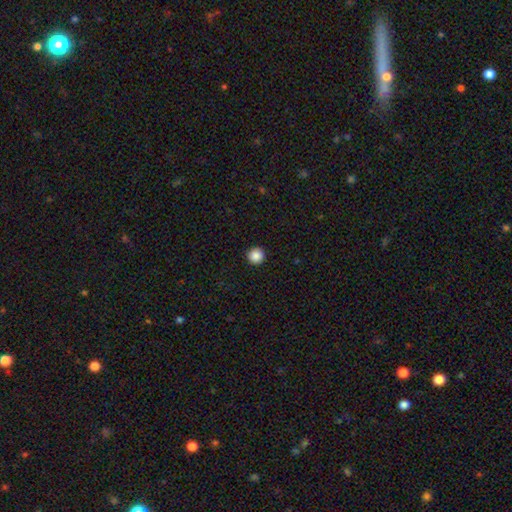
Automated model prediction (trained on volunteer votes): smooth-or-featured: smooth: 87% | star or artifact: 10% | featured or disk: 3%
  how-rounded: round: 96% | in between: 3% | cigar-shaped: 1%
  merging: none: 94% | minor disturbance: 4% | major disturbance: 1% | merger: 1%